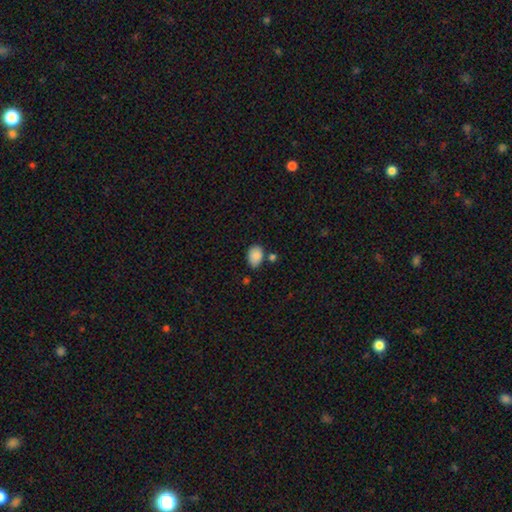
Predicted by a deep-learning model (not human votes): Q: Smooth or featured?
A: smooth (87%); runner-up: star or artifact (8%)
Q: How rounded?
A: in between (81%); runner-up: round (18%)
Q: Merging?
A: none (66%); runner-up: minor disturbance (19%)